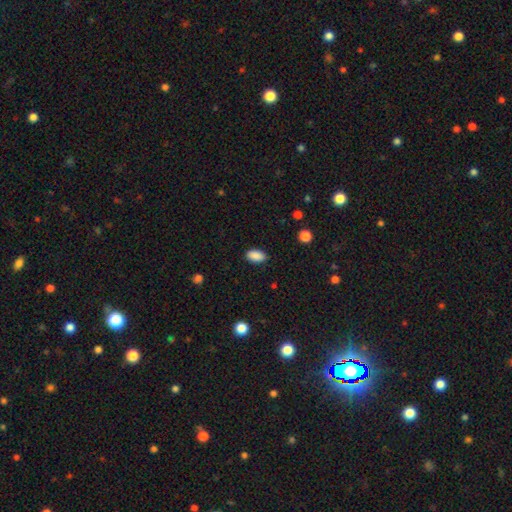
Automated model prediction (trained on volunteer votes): Smooth or featured? Predicted: smooth (p=0.89). How rounded? Predicted: in between (p=0.92). Merging? Predicted: none (p=0.87).